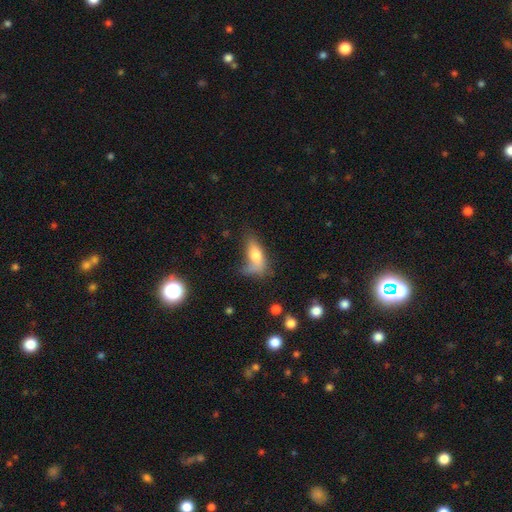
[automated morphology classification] The model was most divided on "merging": none: 34%, minor disturbance: 29%, major disturbance: 28%, merger: 10%. More confident: how rounded — in between (74%); smooth or featured — smooth (68%).